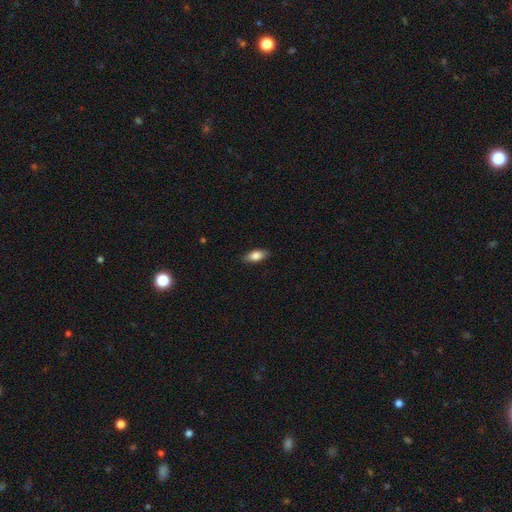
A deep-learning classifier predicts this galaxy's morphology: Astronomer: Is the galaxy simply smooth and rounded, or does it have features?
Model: smooth — 81%.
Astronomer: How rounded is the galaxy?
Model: in between — 85%.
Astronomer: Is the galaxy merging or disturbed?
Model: none — 88%.